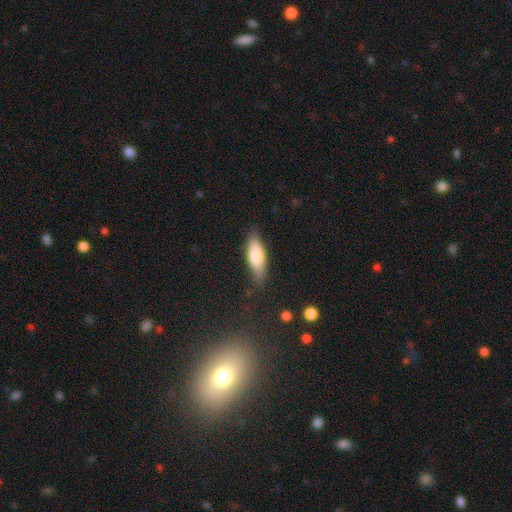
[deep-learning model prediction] Q: Smooth or featured?
A: smooth (76%); runner-up: featured or disk (18%)
Q: How rounded?
A: in between (65%); runner-up: cigar-shaped (33%)
Q: Merging?
A: none (75%); runner-up: minor disturbance (19%)